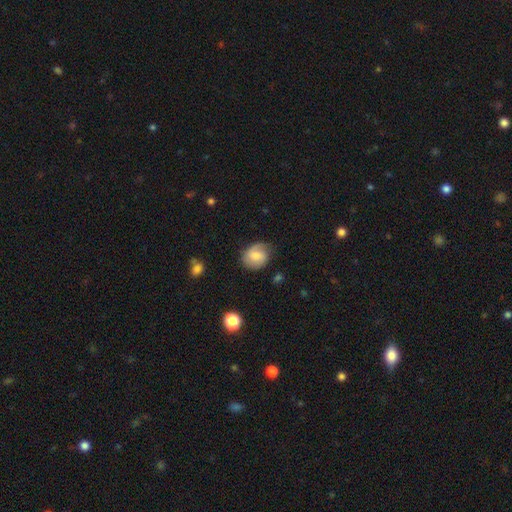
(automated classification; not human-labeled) The model was most divided on "how rounded": round: 61%, in between: 38%, cigar-shaped: 1%. More confident: merging — none (64%); smooth or featured — smooth (60%).